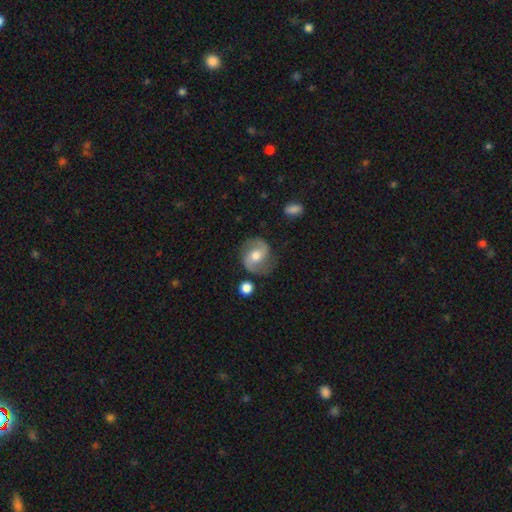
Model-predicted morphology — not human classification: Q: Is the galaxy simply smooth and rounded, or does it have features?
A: featured or disk — 76%.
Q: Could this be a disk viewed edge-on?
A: no — 97%.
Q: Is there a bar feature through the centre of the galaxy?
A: weak — 43%.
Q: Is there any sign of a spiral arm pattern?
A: yes — 93%.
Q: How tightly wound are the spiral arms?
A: medium — 50%.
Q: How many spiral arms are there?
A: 2 — 92%.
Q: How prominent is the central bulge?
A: moderate — 73%.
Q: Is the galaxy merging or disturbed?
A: none — 78%.